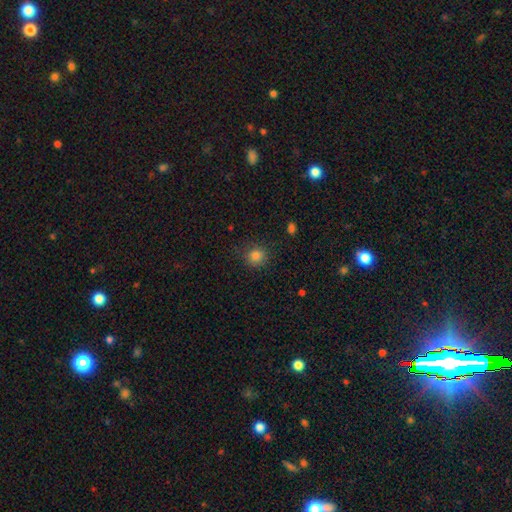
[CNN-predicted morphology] Overall: smooth (82%). How rounded: round (89%). Merging: none (86%).